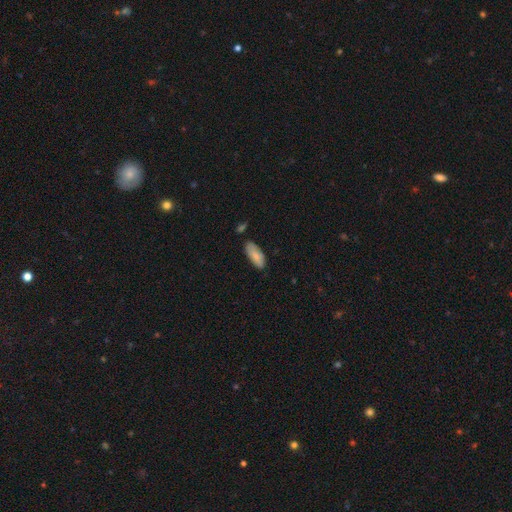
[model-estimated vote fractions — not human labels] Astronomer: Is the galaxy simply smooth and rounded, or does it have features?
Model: smooth — 83%.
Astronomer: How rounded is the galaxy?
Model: in between — 80%.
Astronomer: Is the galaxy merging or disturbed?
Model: none — 75%.